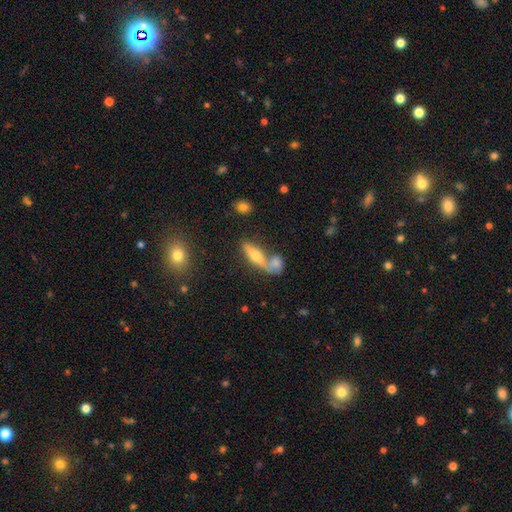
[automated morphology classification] Smooth or featured?
  - smooth: 50% *
  - featured or disk: 40%
  - star or artifact: 10%
Merging?
  - merger: 44% *
  - none: 40%
  - minor disturbance: 10%
  - major disturbance: 6%